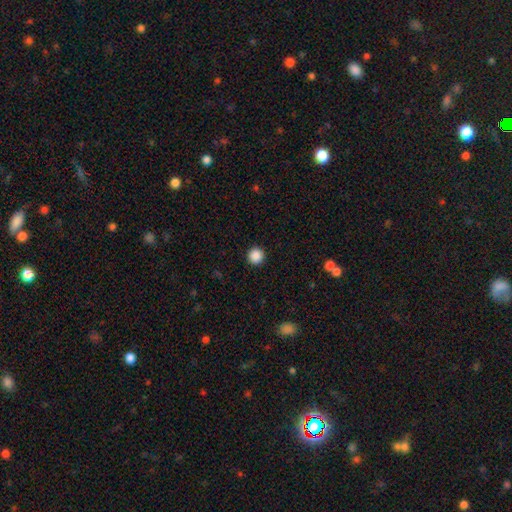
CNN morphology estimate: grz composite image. It shows a smooth galaxy with no disk features (88%) that is round (96%). Merging: none (93%).